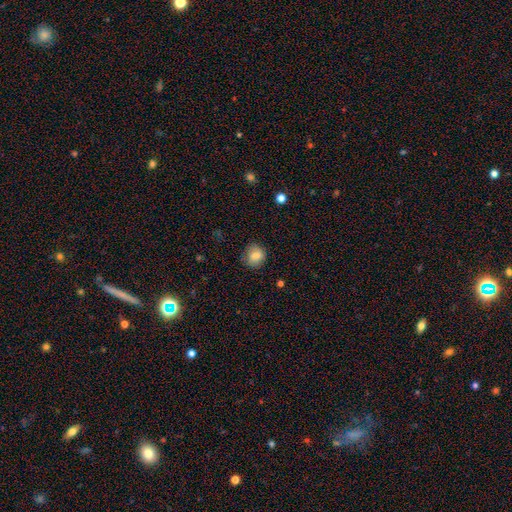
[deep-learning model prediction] Overall: smooth (80%). How rounded: round (82%). Merging: none (81%).